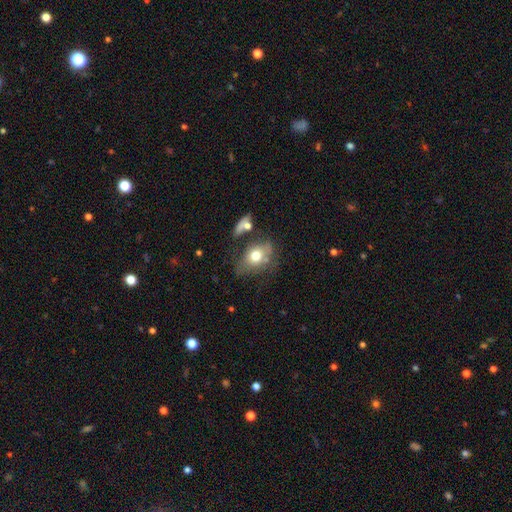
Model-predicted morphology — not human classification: smooth 68%, featured or disk 23%, star or artifact 9%. Down the decision tree: how rounded — in between (72%); merging — none (48%).